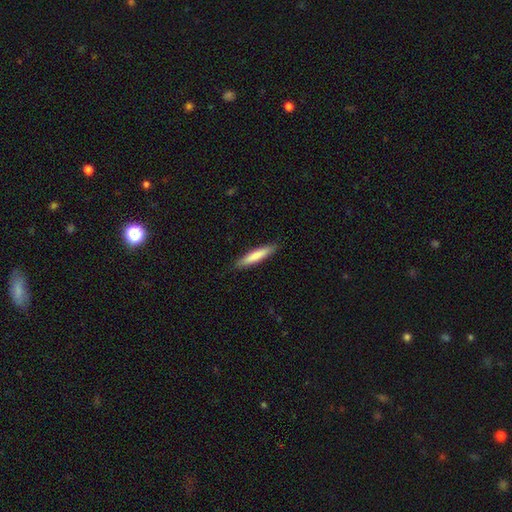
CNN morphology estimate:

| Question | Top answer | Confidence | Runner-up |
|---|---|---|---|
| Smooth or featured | smooth | 78% | featured or disk (17%) |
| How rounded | cigar-shaped | 89% | in between (10%) |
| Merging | none | 89% | minor disturbance (8%) |